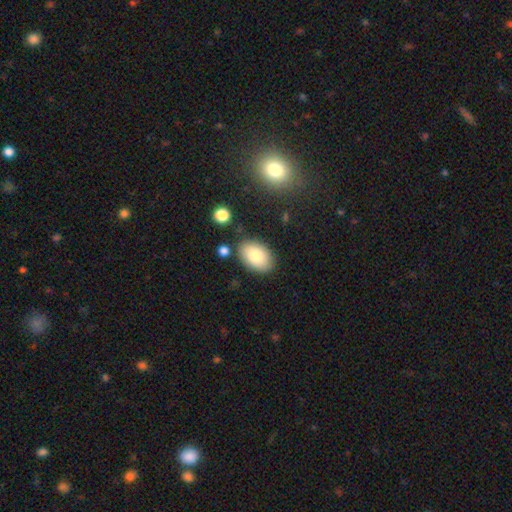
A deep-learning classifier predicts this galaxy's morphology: smooth-or-featured: smooth: 81% | featured or disk: 11% | star or artifact: 7%
  how-rounded: in between: 89% | round: 10% | cigar-shaped: 1%
  merging: none: 81% | minor disturbance: 12% | merger: 3% | major disturbance: 3%